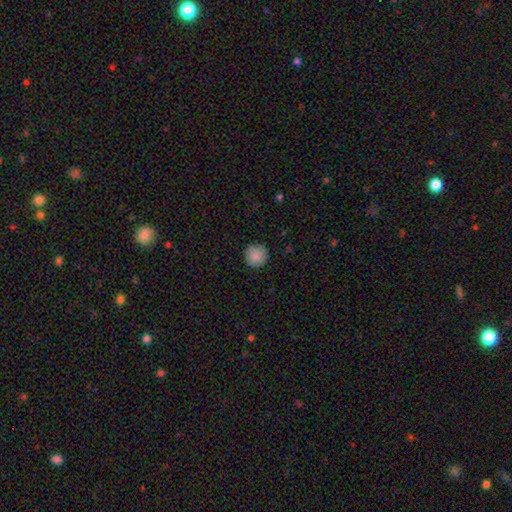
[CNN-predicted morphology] A smooth galaxy with no disk features (89%) that is round (95%). Merging: none (91%).